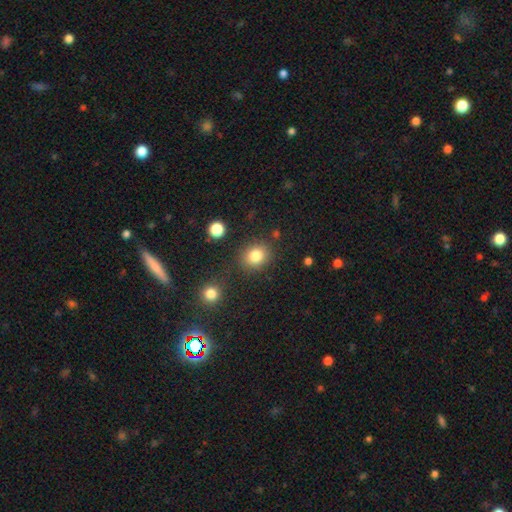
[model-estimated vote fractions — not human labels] Morphology: type=smooth (83%); roundness=round (71%); merging=none (81%).